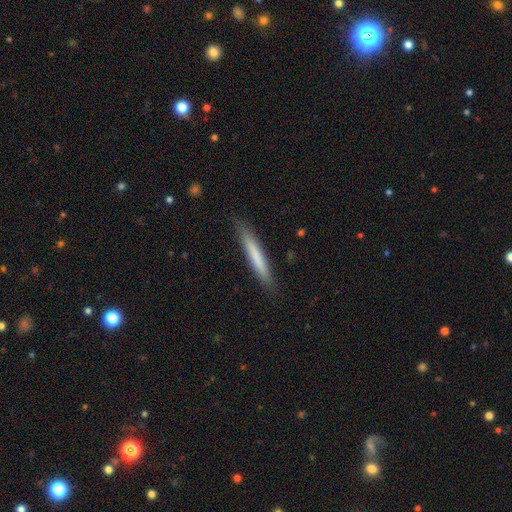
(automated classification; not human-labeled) Overall: smooth (71%). How rounded: cigar-shaped (96%). Merging: none (88%).